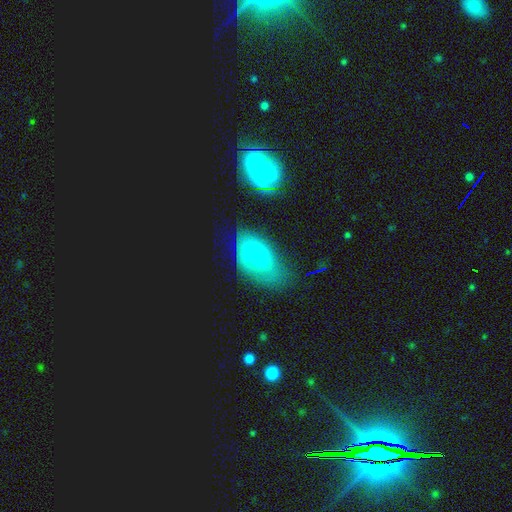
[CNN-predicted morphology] This appears to be a featured or disk galaxy (41%, tied with smooth). Merging: none (40%).